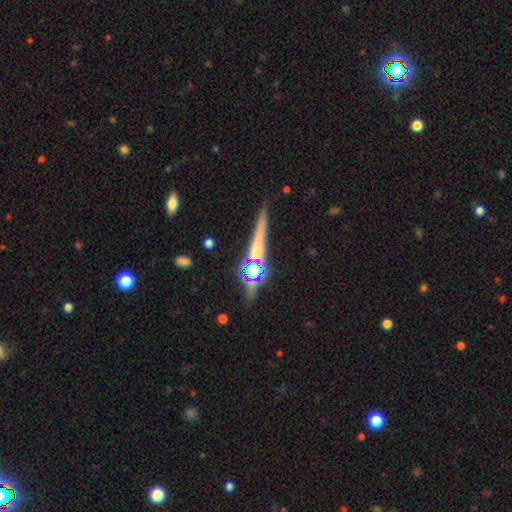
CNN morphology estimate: A featured or disk galaxy (40%). Merging: none (80%).